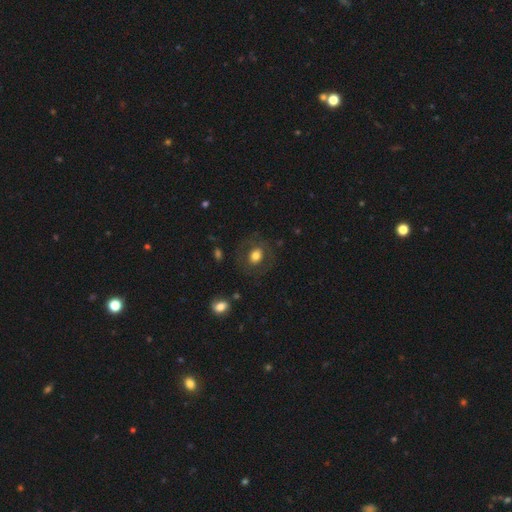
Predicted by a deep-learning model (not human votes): A smooth galaxy with no disk features (66%) that is round (57%).

Vote fractions:
- Smooth or featured? smooth: 66% / featured or disk: 25% / star or artifact: 9%
- How rounded? round: 57% / in between: 42% / cigar-shaped: 1%
- Merging? none: 77% / minor disturbance: 12% / major disturbance: 9% / merger: 1%